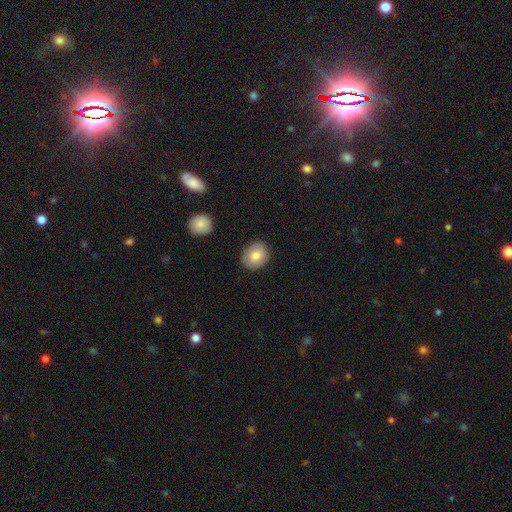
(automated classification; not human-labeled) Smooth or featured? smooth (79%)
How rounded? round (65%)
Merging? none (85%)